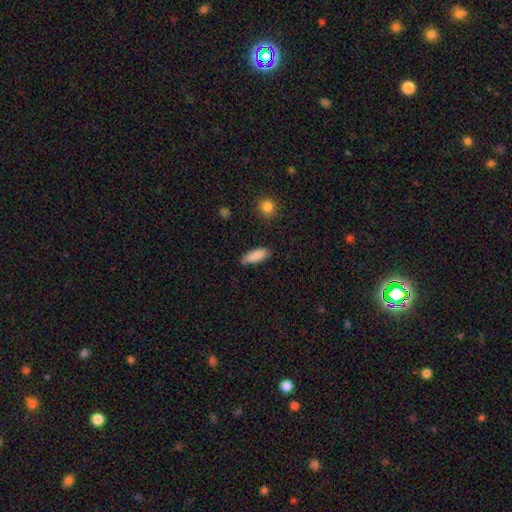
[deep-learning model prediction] A smooth galaxy with no disk features (87%) that is in between round and cigar-shaped (69%).

Vote fractions:
- Smooth or featured? smooth: 87% / star or artifact: 7% / featured or disk: 6%
- How rounded? in between: 69% / cigar-shaped: 29% / round: 2%
- Merging? none: 75% / minor disturbance: 19% / major disturbance: 3% / merger: 2%